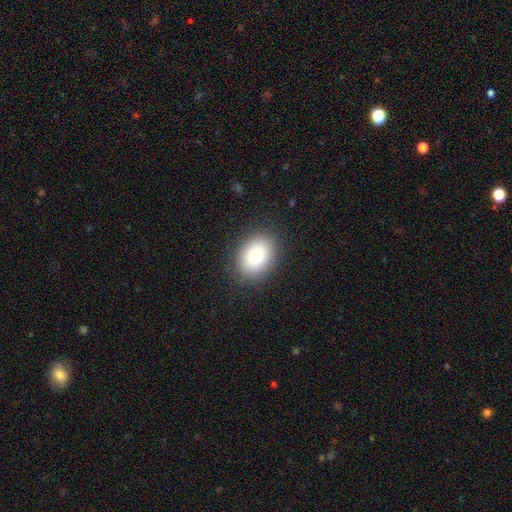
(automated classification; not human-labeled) A smooth galaxy with no disk features (79%) that is in between round and cigar-shaped (68%).

Vote fractions:
- Smooth or featured? smooth: 79% / featured or disk: 11% / star or artifact: 10%
- How rounded? in between: 68% / round: 31% / cigar-shaped: 1%
- Merging? none: 86% / minor disturbance: 9% / major disturbance: 3% / merger: 1%